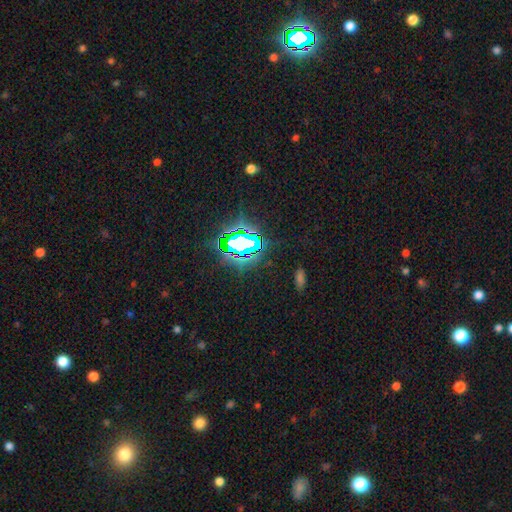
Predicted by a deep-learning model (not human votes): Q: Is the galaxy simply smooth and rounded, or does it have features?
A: star or artifact — 81%.